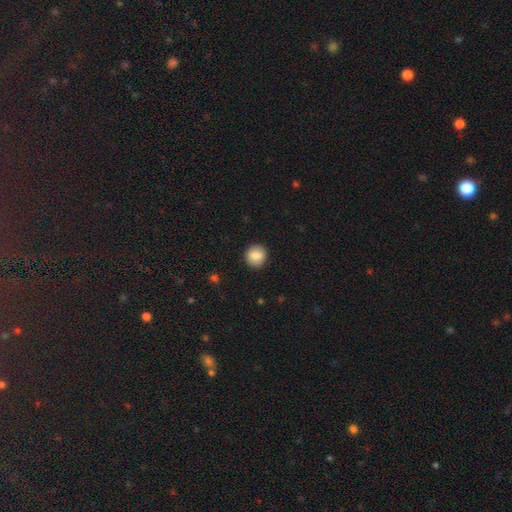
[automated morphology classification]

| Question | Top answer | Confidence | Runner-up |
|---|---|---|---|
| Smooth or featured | smooth | 87% | star or artifact (8%) |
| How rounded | round | 89% | in between (10%) |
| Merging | none | 91% | minor disturbance (6%) |